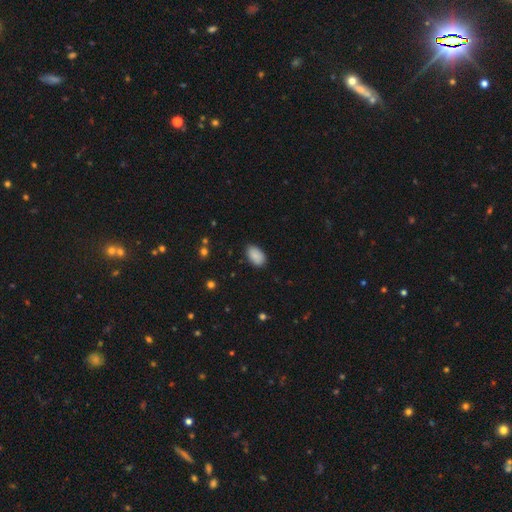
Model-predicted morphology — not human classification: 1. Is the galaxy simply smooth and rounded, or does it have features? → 88% smooth, 7% star or artifact, 5% featured or disk.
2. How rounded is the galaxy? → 93% in between, 5% round, 1% cigar-shaped.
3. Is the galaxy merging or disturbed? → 84% none, 13% minor disturbance, 3% major disturbance, 1% merger.